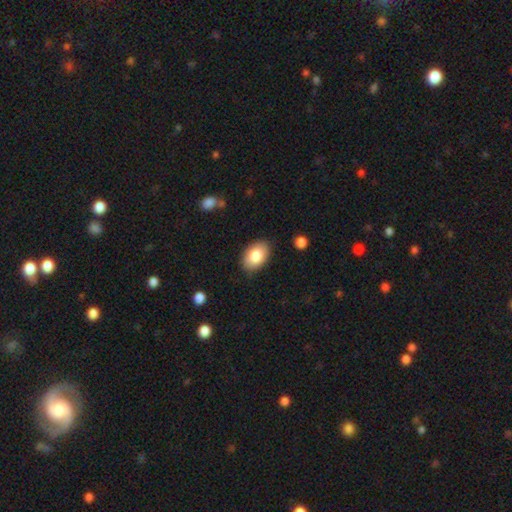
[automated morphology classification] This is clearly a smooth galaxy (84%). How rounded: clearly in between (90%). Merging: clearly none (86%).